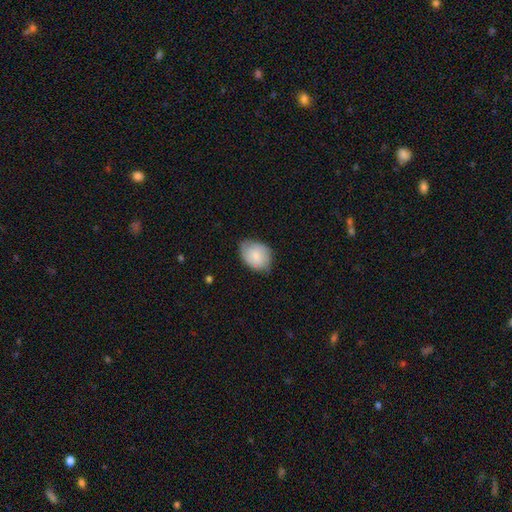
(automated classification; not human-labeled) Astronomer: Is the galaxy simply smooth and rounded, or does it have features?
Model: smooth — 77%.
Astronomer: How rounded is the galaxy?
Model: in between — 73%.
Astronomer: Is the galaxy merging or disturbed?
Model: none — 64%.